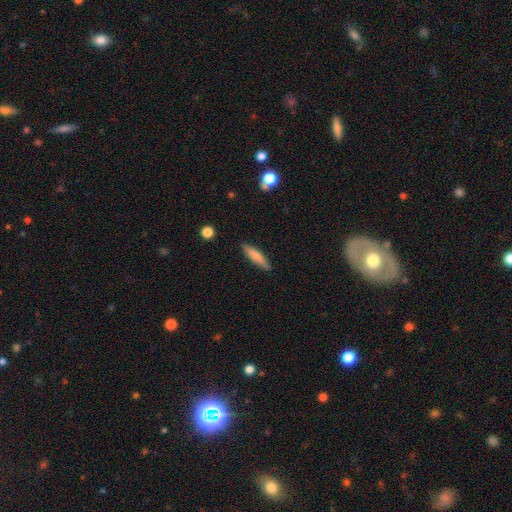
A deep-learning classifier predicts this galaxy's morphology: A smooth galaxy with no disk features (69%) that is cigar-shaped (82%).

Vote fractions:
- Smooth or featured? smooth: 69% / featured or disk: 25% / star or artifact: 6%
- How rounded? cigar-shaped: 82% / in between: 16% / round: 2%
- Merging? none: 87% / minor disturbance: 9% / major disturbance: 2% / merger: 1%